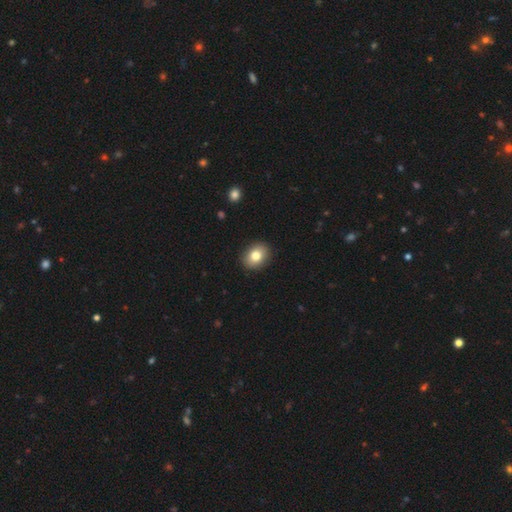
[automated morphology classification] Smooth or featured? Predicted: smooth (p=0.81). How rounded? Predicted: in between (p=0.60). Merging? Predicted: none (p=0.90).